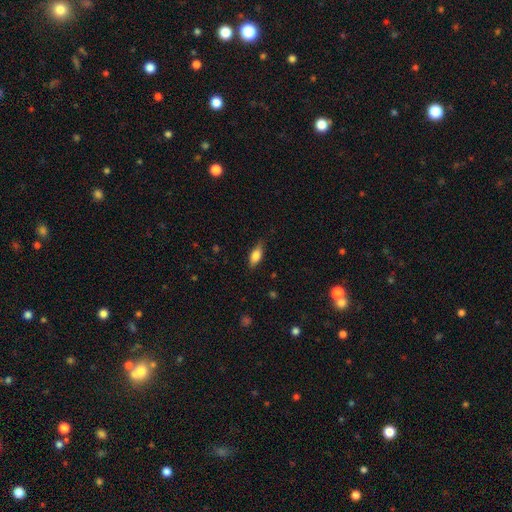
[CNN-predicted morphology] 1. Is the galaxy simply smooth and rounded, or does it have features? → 74% smooth, 19% featured or disk, 7% star or artifact.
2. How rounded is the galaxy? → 77% in between, 19% cigar-shaped, 4% round.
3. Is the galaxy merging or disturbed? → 80% none, 16% minor disturbance, 3% major disturbance, 1% merger.